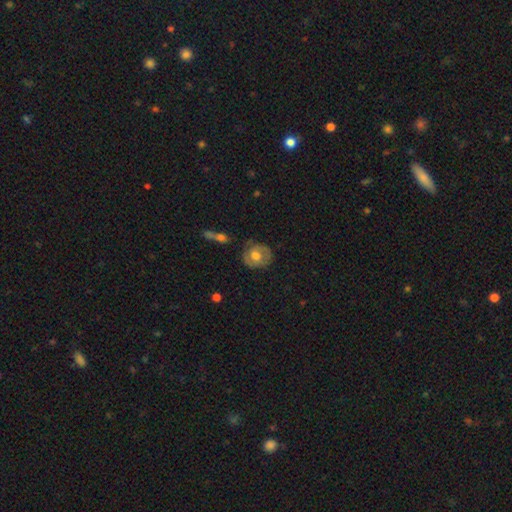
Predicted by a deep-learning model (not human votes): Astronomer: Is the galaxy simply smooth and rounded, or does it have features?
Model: featured or disk — 48% (runner-up: smooth, 45%).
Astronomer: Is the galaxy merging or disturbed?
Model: none — 77%.